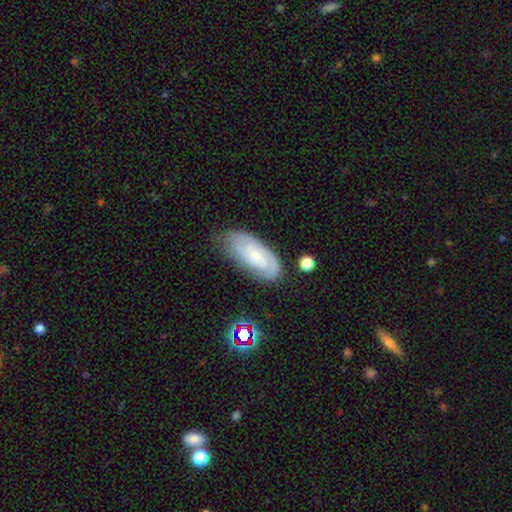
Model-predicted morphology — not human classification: smooth-or-featured: featured or disk: 71% | smooth: 22% | star or artifact: 7%
  disk-edge-on: no: 93% | yes: 7%
    bar: no: 67% | weak: 27% | strong: 6%
    has-spiral-arms: yes: 92% | no: 8%
      spiral-winding: tight: 63% | medium: 29% | loose: 8%
      spiral-arm-count: 2: 44% | can't tell: 34% | 3: 10% | 1: 7% | 4: 3% | more than 4: 2%
    bulge-size: small: 71% | moderate: 23% | none: 4% | large: 1% | dominant: 1%
  merging: none: 69% | minor disturbance: 23% | major disturbance: 6% | merger: 2%